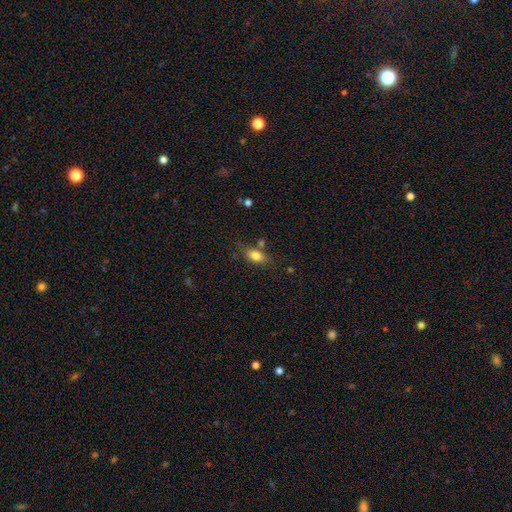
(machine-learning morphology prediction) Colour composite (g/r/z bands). It shows a smooth galaxy with no disk features (78%) that is in between round and cigar-shaped (82%). Merging: none (66%).